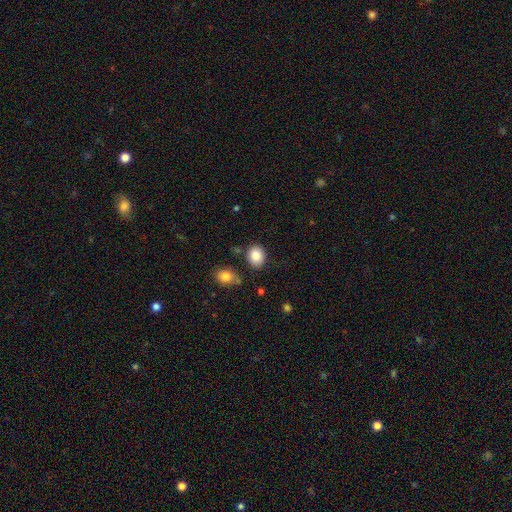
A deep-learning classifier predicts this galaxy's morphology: Smooth or featured? Predicted: smooth (p=0.84). How rounded? Predicted: round (p=0.54). Merging? Predicted: none (p=0.81).